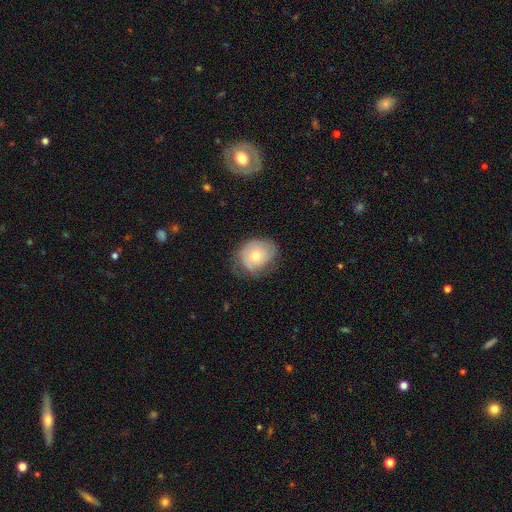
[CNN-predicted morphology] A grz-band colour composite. It shows a smooth galaxy with no disk features (60%) that is round (62%). Merging: none (57%).